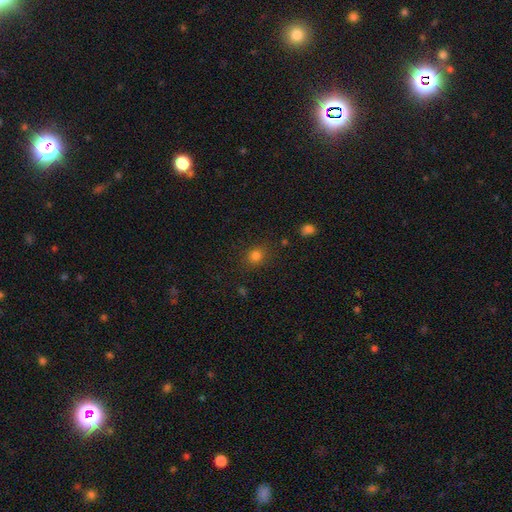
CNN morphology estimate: A smooth galaxy with no disk features (80%) that is round (78%).

Vote fractions:
- Smooth or featured? smooth: 80% / star or artifact: 15% / featured or disk: 5%
- How rounded? round: 78% / in between: 21% / cigar-shaped: 1%
- Merging? none: 84% / minor disturbance: 10% / major disturbance: 3% / merger: 2%